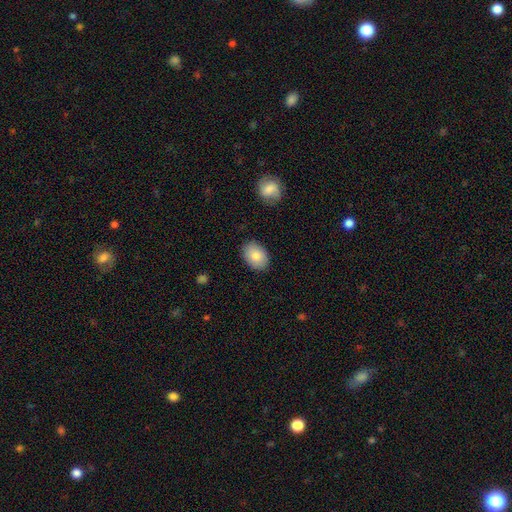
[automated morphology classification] Smooth or featured?
  - smooth: 83% *
  - featured or disk: 10%
  - star or artifact: 7%
How rounded?
  - in between: 81% *
  - round: 18%
  - cigar-shaped: 1%
Merging?
  - none: 87% *
  - minor disturbance: 10%
  - major disturbance: 2%
  - merger: 1%